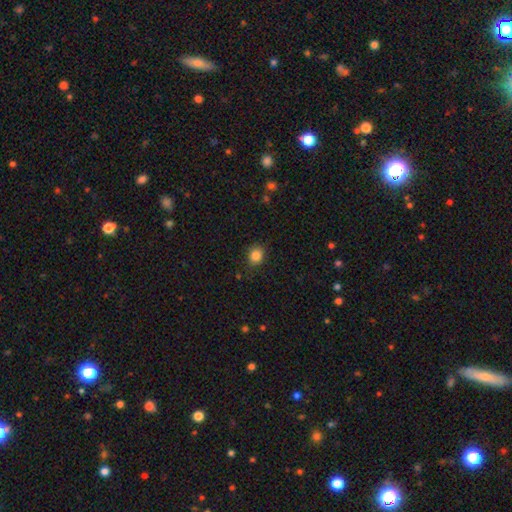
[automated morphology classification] smooth-or-featured: smooth: 85% | star or artifact: 11% | featured or disk: 4%
  how-rounded: round: 70% | in between: 29% | cigar-shaped: 1%
  merging: none: 84% | minor disturbance: 12% | major disturbance: 3% | merger: 1%